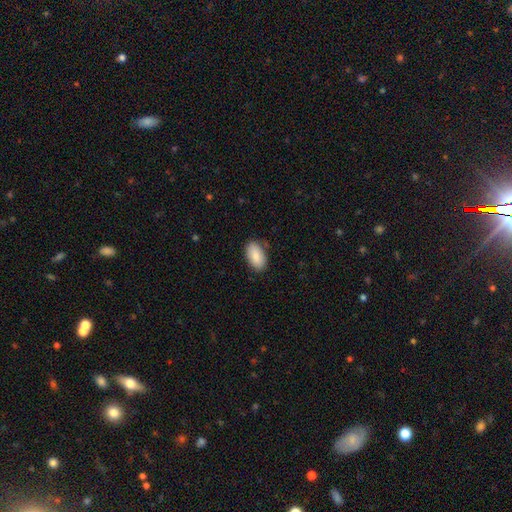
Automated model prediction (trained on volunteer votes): smooth-or-featured: smooth: 87% | featured or disk: 6% | star or artifact: 6%
  how-rounded: in between: 94% | round: 4% | cigar-shaped: 2%
  merging: none: 83% | minor disturbance: 13% | major disturbance: 3% | merger: 2%